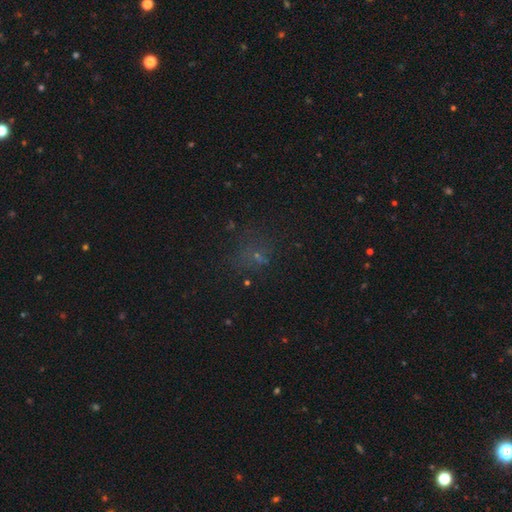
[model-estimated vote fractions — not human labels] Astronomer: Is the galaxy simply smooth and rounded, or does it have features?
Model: star or artifact — 45% (runner-up: smooth, 40%).